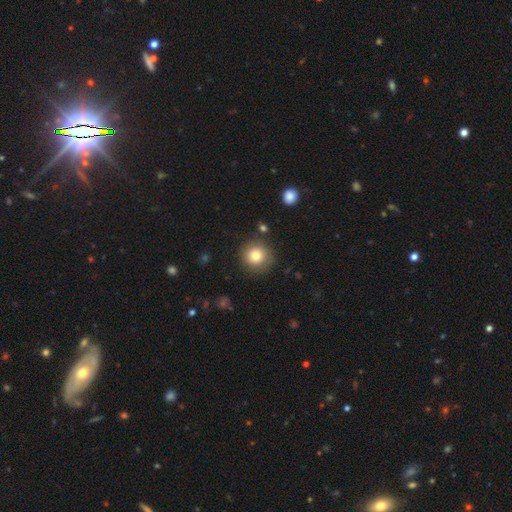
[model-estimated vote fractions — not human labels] The model was most divided on "smooth or featured": smooth: 80%, star or artifact: 10%, featured or disk: 9%. More confident: how rounded — round (93%); merging — none (84%).